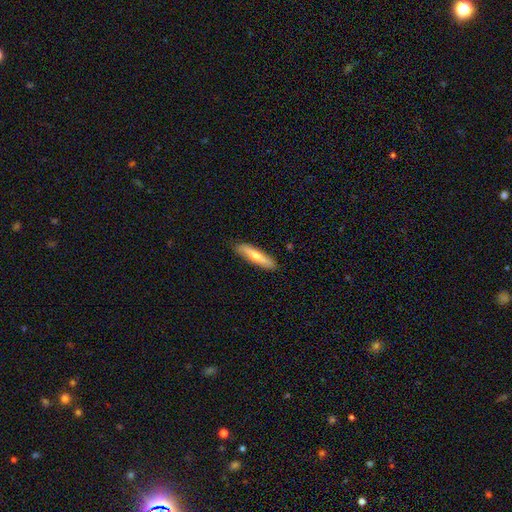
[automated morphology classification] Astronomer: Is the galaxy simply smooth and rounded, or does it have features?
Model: smooth — 59% (runner-up: featured or disk, 36%).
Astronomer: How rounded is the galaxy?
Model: cigar-shaped — 83%.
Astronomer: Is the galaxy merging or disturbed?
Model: none — 88%.